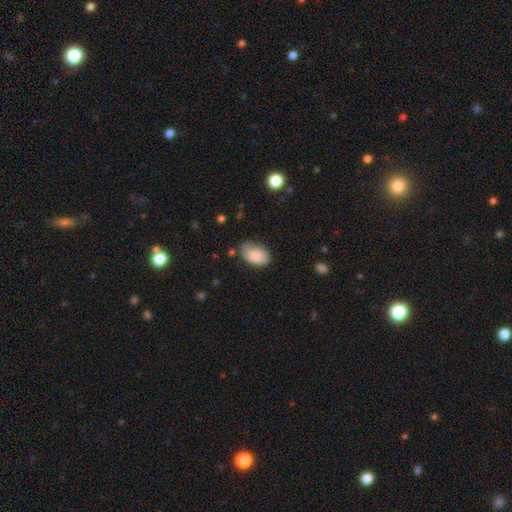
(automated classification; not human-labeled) This appears to be a smooth galaxy with no disk features (84%) that is in between round and cigar-shaped (91%). Merging: none (68%).